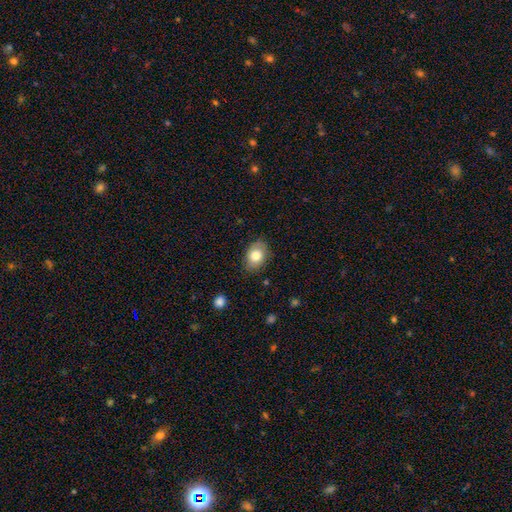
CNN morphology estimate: smooth-or-featured: smooth: 77% | featured or disk: 16% | star or artifact: 7%
  how-rounded: in between: 76% | round: 23% | cigar-shaped: 1%
  merging: none: 81% | minor disturbance: 15% | major disturbance: 3% | merger: 1%